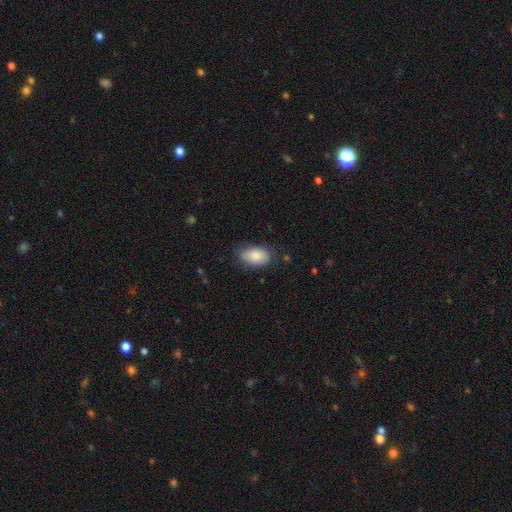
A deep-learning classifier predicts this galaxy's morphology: type=smooth (87%); roundness=in between (93%); merging=none (75%).